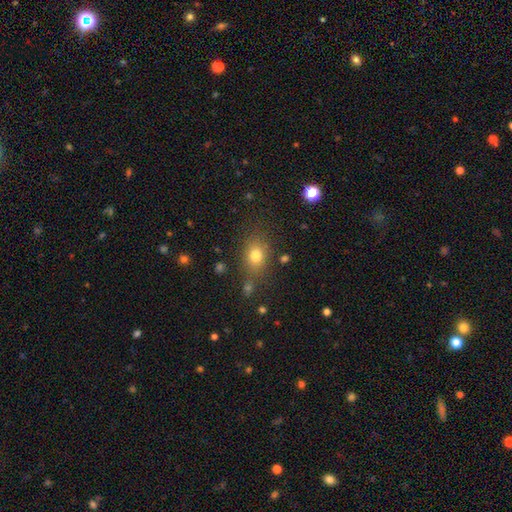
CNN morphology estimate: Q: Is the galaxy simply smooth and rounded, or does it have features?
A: smooth — 77%.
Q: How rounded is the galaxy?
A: in between — 60%.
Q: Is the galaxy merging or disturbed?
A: none — 73%.